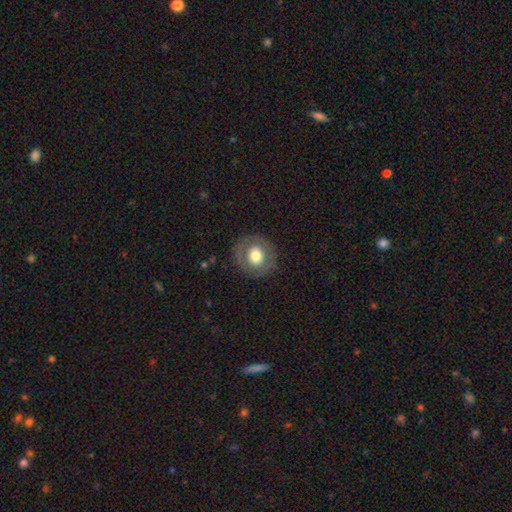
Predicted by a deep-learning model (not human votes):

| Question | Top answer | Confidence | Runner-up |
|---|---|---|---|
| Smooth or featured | smooth | 61% | featured or disk (31%) |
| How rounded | round | 86% | in between (13%) |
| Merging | none | 83% | minor disturbance (11%) |